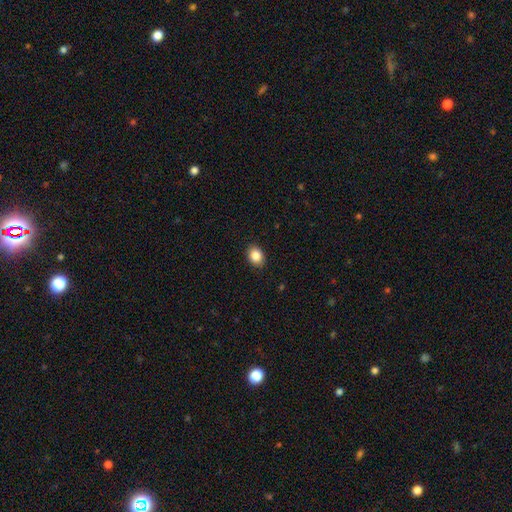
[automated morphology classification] A smooth galaxy with no disk features (86%) that is in between round and cigar-shaped (61%). Merging: none (90%).